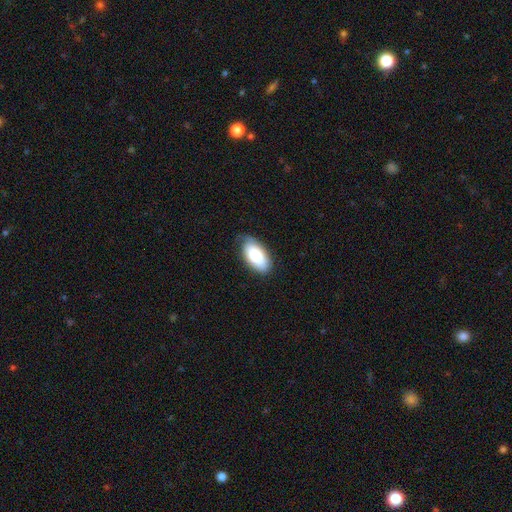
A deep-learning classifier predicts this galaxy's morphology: smooth_or_featured: smooth (p=0.79) [alt: featured or disk p=0.15]
how_rounded: in between (p=0.94) [alt: cigar-shaped p=0.04]
merging: none (p=0.63) [alt: minor disturbance p=0.28]